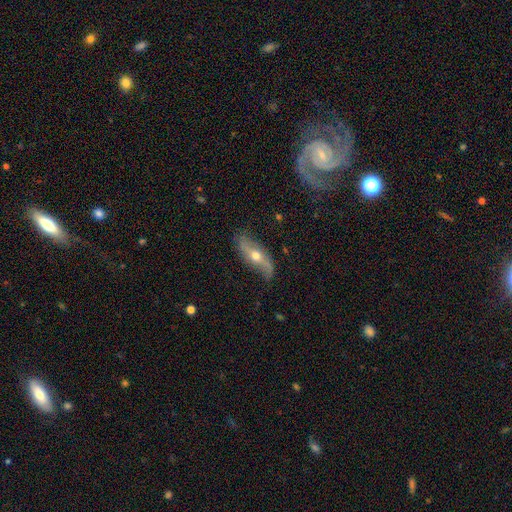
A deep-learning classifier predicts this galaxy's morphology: Smooth or featured: featured or disk — 74% (smooth — 19%)
Edge-on disk: no — 74% (yes — 26%)
Bar: no — 53% (weak — 25%)
Spiral arms: yes — 85% (no — 15%)
Bulge size: moderate — 67% (small — 27%)
Merging: none — 71% (minor disturbance — 20%)